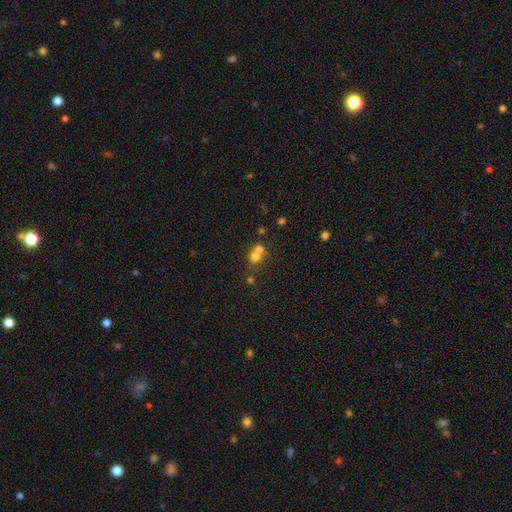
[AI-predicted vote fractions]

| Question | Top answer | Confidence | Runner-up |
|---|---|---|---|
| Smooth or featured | smooth | 68% | star or artifact (16%) |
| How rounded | round | 82% | in between (17%) |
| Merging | merger | 55% | none (36%) |